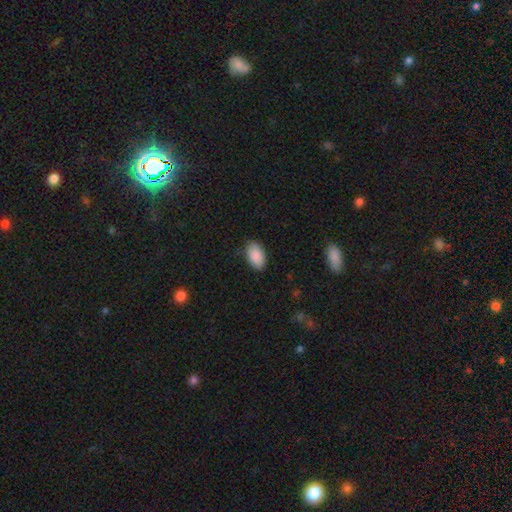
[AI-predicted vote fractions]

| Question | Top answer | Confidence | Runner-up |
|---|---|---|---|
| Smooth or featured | smooth | 90% | star or artifact (6%) |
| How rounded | in between | 94% | round (4%) |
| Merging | none | 86% | minor disturbance (11%) |